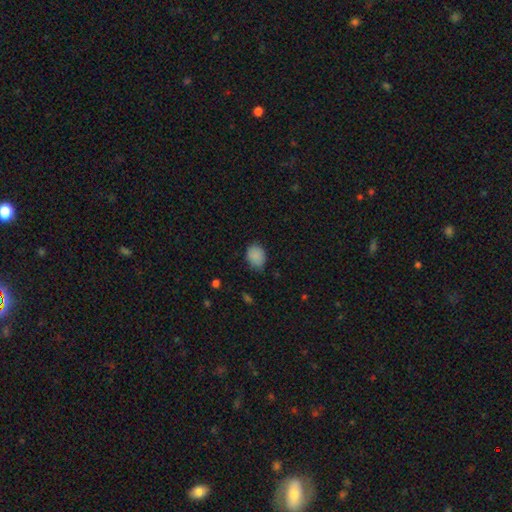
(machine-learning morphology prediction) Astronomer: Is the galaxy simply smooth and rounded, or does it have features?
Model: smooth — 87%.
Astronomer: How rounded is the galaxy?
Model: in between — 60% (runner-up: round, 39%).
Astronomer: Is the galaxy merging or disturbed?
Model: none — 69%.